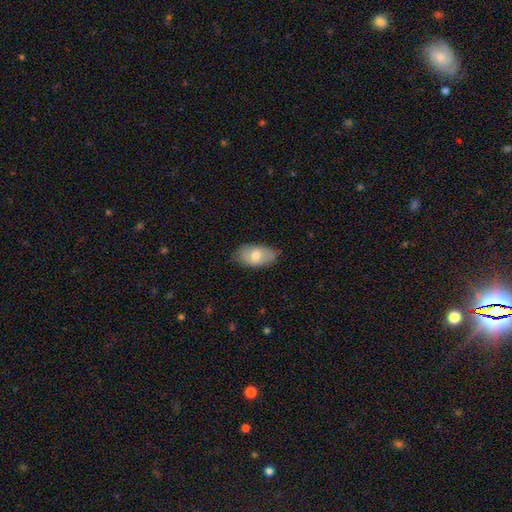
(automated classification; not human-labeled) Q: Smooth or featured?
A: smooth (69%); runner-up: featured or disk (25%)
Q: How rounded?
A: in between (93%); runner-up: round (5%)
Q: Merging?
A: none (76%); runner-up: minor disturbance (19%)